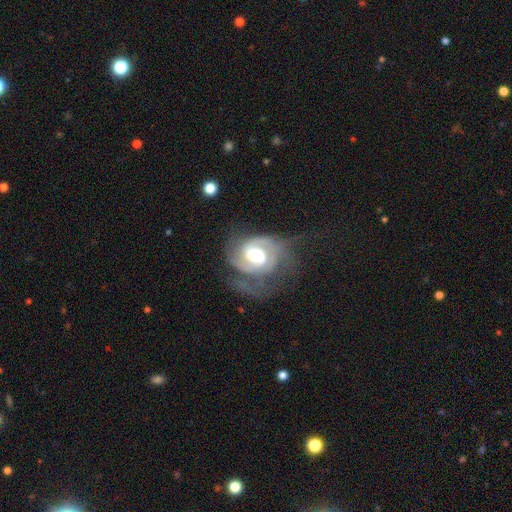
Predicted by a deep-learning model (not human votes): A featured or disk galaxy (85%) with a weak bar (43%), 2 (63%) medium (43%, tied with tight) spiral arms (95%) and a moderate central bulge (60%).

Vote fractions:
- Smooth or featured? featured or disk: 85% / smooth: 10% / star or artifact: 5%
- Edge-on disk? no: 98% / yes: 2%
- Bar? weak: 43% / no: 42% / strong: 14%
- Spiral arms? yes: 95% / no: 5%
- Spiral winding? medium: 43% (tied) / tight: 43% (tied) / loose: 14%
- Spiral arm count? 2: 63% / can't tell: 13% / 3: 11% / 1: 8% / 4: 3% / more than 4: 3%
- Bulge size? moderate: 60% / large: 25% / small: 11% / dominant: 2% / none: 1%
- Merging? none: 47% / major disturbance: 28% / minor disturbance: 23% / merger: 2%